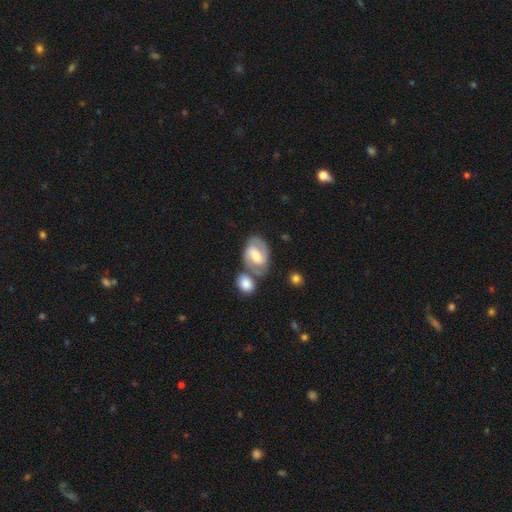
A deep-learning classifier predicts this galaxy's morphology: The model was most divided on "spiral winding": medium: 49%, tight: 39%, loose: 12%. Remaining: edge-on disk — no (97%); spiral arms — yes (91%); spiral arm count — 2 (88%); smooth or featured — featured or disk (76%); merging — none (59%); bulge size — moderate (58%); bar — weak (48%).